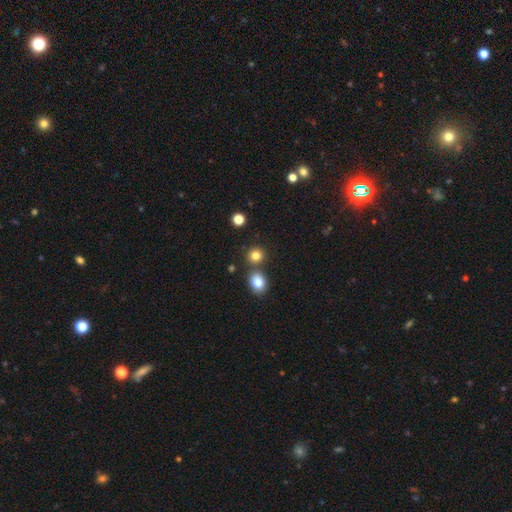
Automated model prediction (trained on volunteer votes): Smooth or featured? smooth (82%)
How rounded? round (84%)
Merging? none (72%)